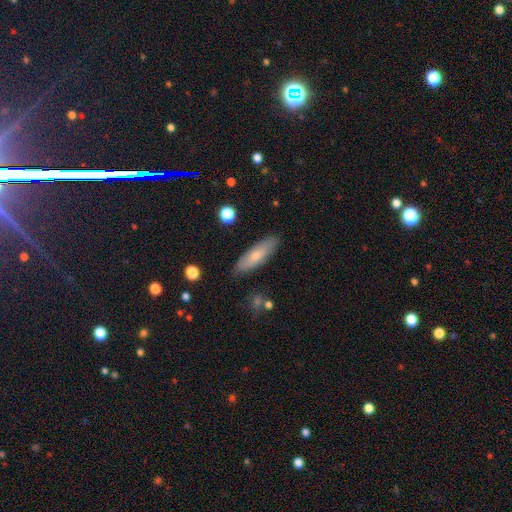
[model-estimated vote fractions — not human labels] Q: Smooth or featured?
A: smooth (63%); runner-up: featured or disk (30%)
Q: How rounded?
A: cigar-shaped (53%); runner-up: in between (45%)
Q: Merging?
A: none (86%); runner-up: minor disturbance (10%)